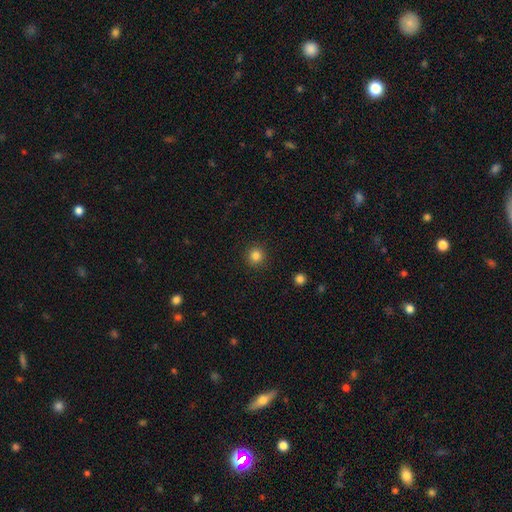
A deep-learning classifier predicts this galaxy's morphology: Smooth or featured? Predicted: smooth (p=0.83). How rounded? Predicted: round (p=0.93). Merging? Predicted: none (p=0.91).